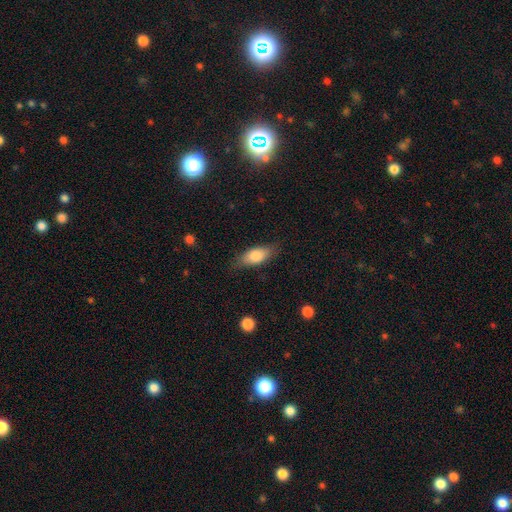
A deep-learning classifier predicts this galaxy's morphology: smooth-or-featured: smooth: 78% | featured or disk: 15% | star or artifact: 6%
  how-rounded: in between: 79% | cigar-shaped: 18% | round: 3%
  merging: none: 78% | minor disturbance: 17% | major disturbance: 4% | merger: 1%